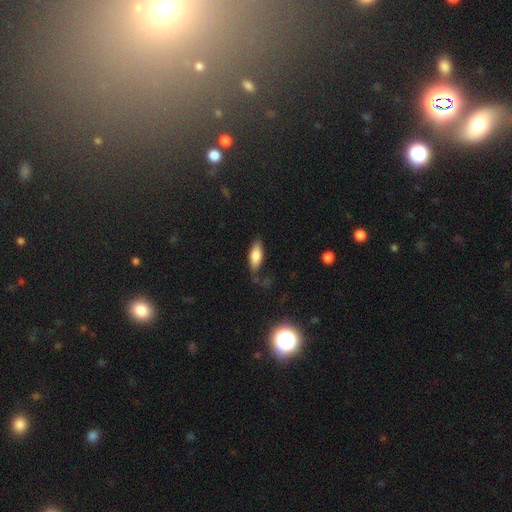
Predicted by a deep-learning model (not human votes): smooth_or_featured: smooth (p=0.79) [alt: featured or disk p=0.14]
how_rounded: in between (p=0.73) [alt: cigar-shaped p=0.24]
merging: none (p=0.73) [alt: minor disturbance p=0.19]